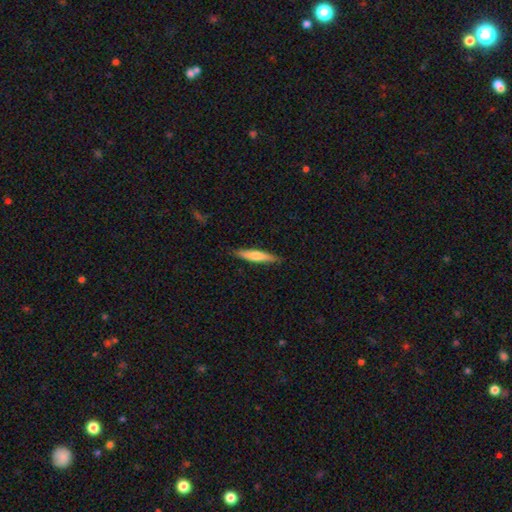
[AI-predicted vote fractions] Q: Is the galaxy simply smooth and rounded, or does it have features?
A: smooth — 62%.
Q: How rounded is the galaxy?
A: cigar-shaped — 88%.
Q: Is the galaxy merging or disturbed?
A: none — 87%.